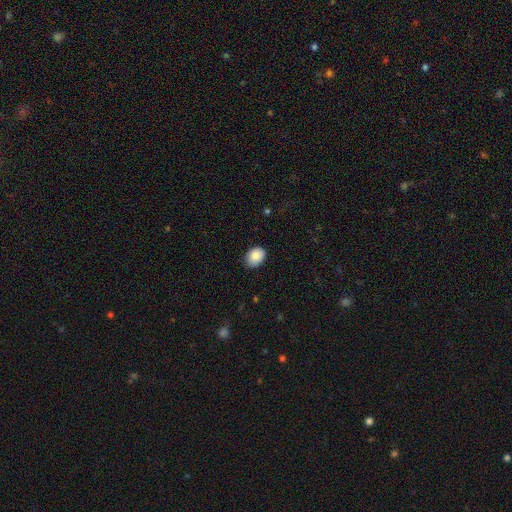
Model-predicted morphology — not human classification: Smooth or featured: smooth — 86% (star or artifact — 8%)
How rounded: in between — 65% (round — 34%)
Merging: none — 75% (minor disturbance — 21%)